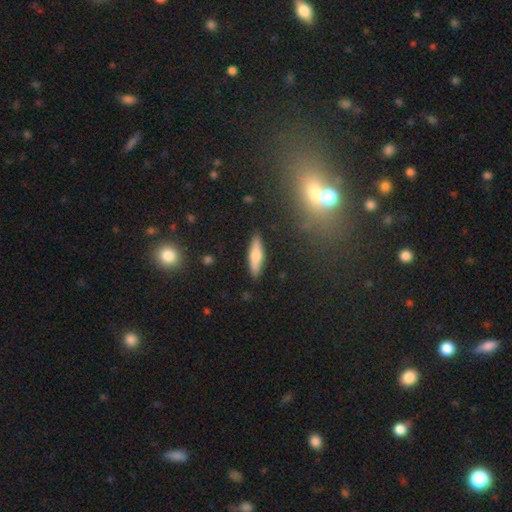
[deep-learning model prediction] Smooth or featured?
  - smooth: 65% *
  - featured or disk: 29%
  - star or artifact: 7%
How rounded?
  - cigar-shaped: 68% *
  - in between: 30%
  - round: 2%
Merging?
  - none: 88% *
  - minor disturbance: 8%
  - major disturbance: 2%
  - merger: 2%